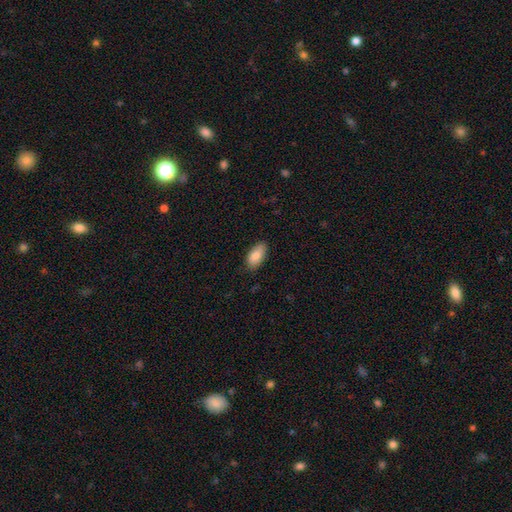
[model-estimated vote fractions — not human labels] The model was most divided on "merging": none: 82%, minor disturbance: 15%, major disturbance: 2%, merger: 1%. More confident: how rounded — in between (93%); smooth or featured — smooth (86%).